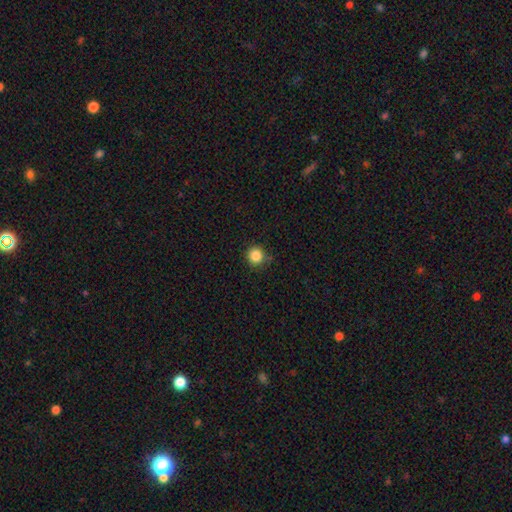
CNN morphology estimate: This is clearly a smooth galaxy (86%). How rounded: clearly round (93%). Merging: clearly none (85%).